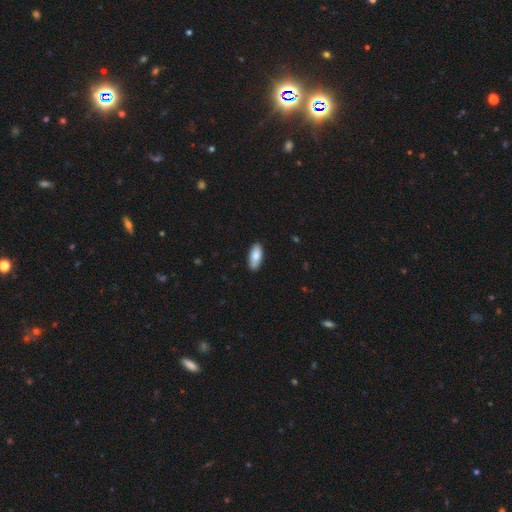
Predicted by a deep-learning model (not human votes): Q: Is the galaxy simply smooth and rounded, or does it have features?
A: smooth — 86%.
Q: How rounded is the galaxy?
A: in between — 86%.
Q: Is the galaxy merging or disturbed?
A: none — 89%.